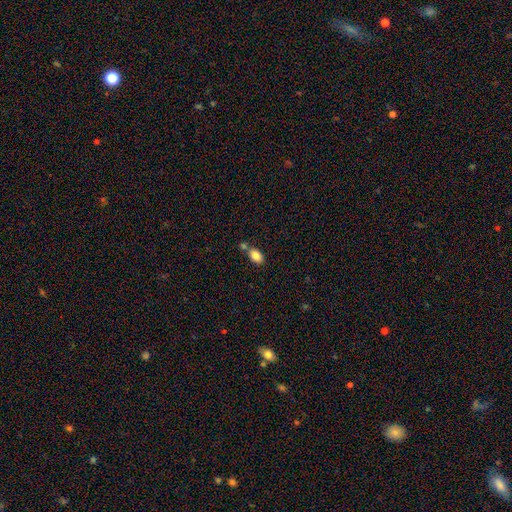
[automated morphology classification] type=smooth (84%); roundness=in between (90%); merging=none (60%).